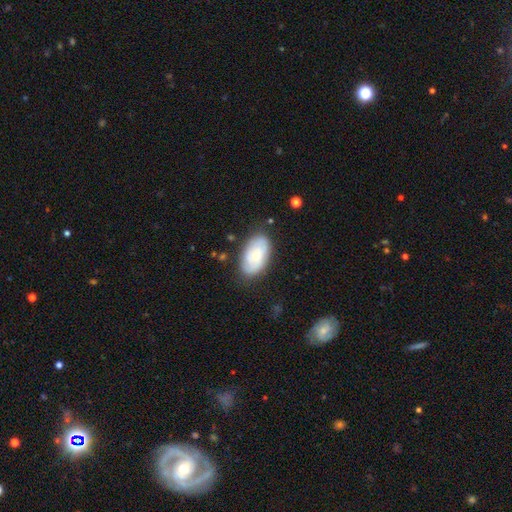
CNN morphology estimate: smooth_or_featured: featured or disk (p=0.49) [alt: smooth p=0.45]
merging: none (p=0.76) [alt: minor disturbance p=0.17]